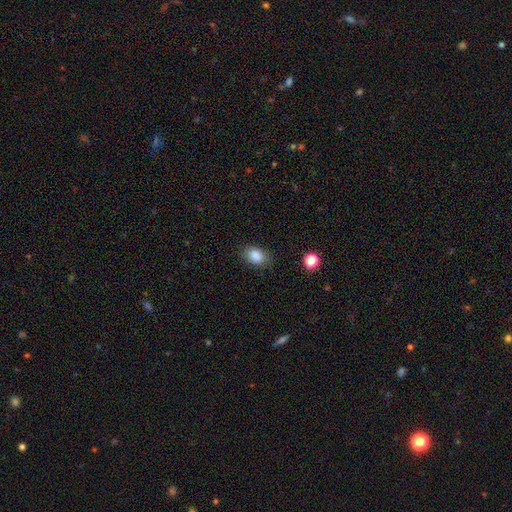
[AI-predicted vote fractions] This is clearly a smooth galaxy (87%). How rounded: likely in between (79%). Merging: clearly none (81%).